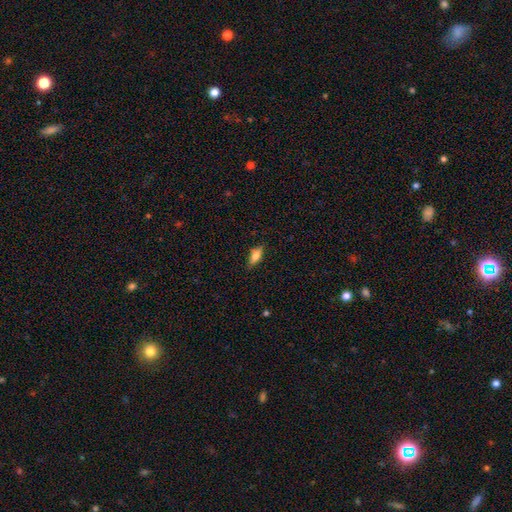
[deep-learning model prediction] The model was most divided on "how rounded": in between: 71%, cigar-shaped: 26%, round: 3%. More confident: merging — none (80%); smooth or featured — smooth (72%).